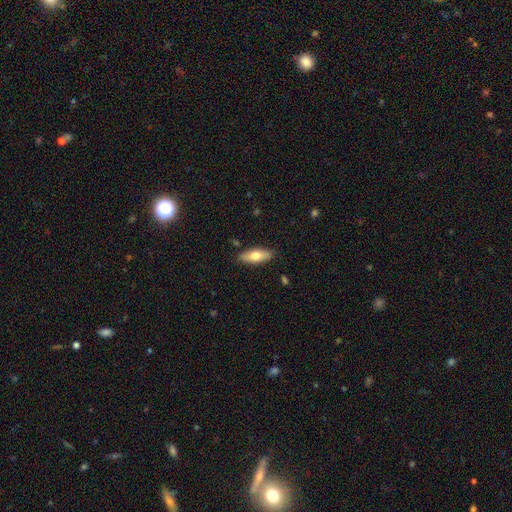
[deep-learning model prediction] A smooth galaxy with no disk features (70%) that is in between round and cigar-shaped (71%).

Vote fractions:
- Smooth or featured? smooth: 70% / featured or disk: 24% / star or artifact: 6%
- How rounded? in between: 71% / cigar-shaped: 27% / round: 2%
- Merging? none: 87% / minor disturbance: 10% / major disturbance: 2% / merger: 1%